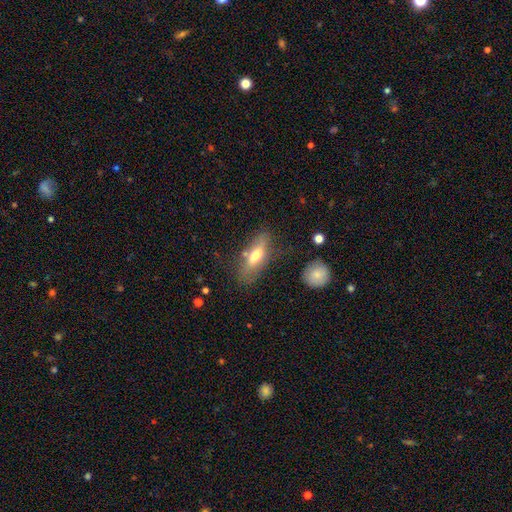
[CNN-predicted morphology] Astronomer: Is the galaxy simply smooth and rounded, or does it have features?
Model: smooth — 59%.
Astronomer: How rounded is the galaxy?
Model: in between — 62%.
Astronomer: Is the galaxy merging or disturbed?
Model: none — 67%.